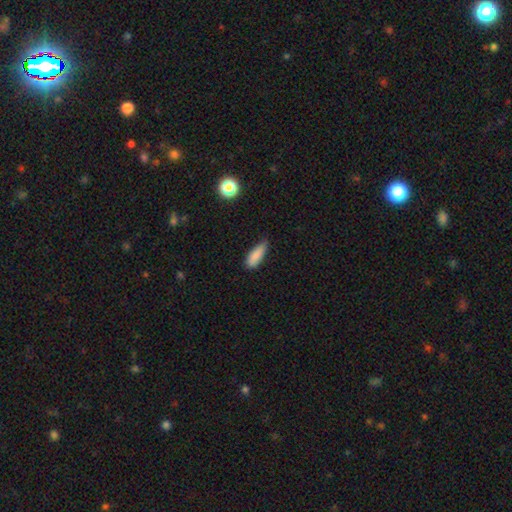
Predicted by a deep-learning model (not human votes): A smooth galaxy with no disk features (85%) that is in between round and cigar-shaped (66%).

Vote fractions:
- Smooth or featured? smooth: 85% / star or artifact: 7% / featured or disk: 7%
- How rounded? in between: 66% / cigar-shaped: 32% / round: 2%
- Merging? none: 57% / minor disturbance: 37% / major disturbance: 5% / merger: 2%